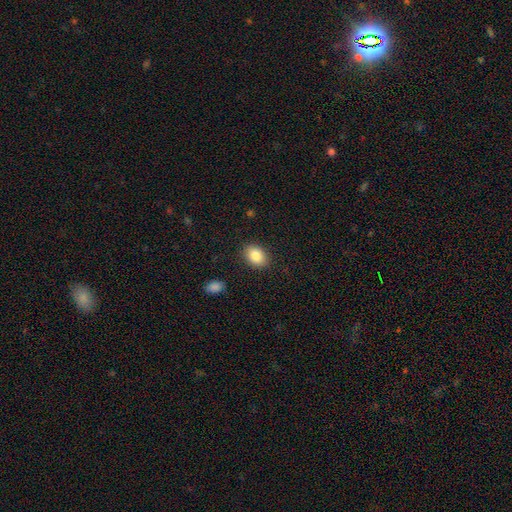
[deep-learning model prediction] Smooth or featured? Predicted: smooth (p=0.86). How rounded? Predicted: in between (p=0.72). Merging? Predicted: none (p=0.87).